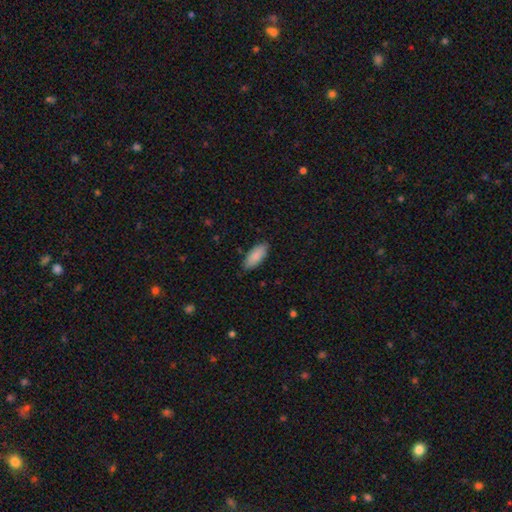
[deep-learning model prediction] Smooth or featured? smooth (88%)
How rounded? in between (82%)
Merging? none (84%)